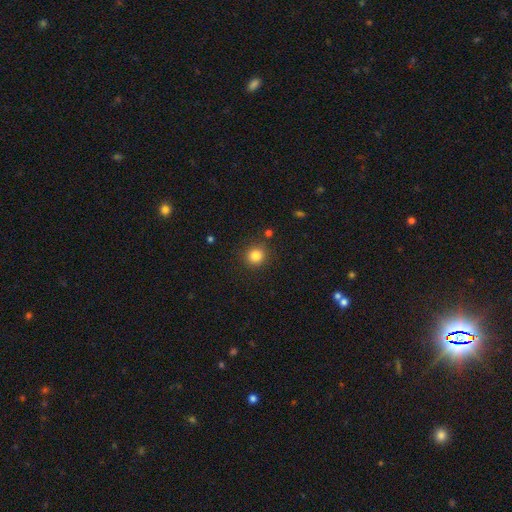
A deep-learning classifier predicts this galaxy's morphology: This is clearly a smooth galaxy (83%). How rounded: clearly round (90%). Merging: clearly none (87%).